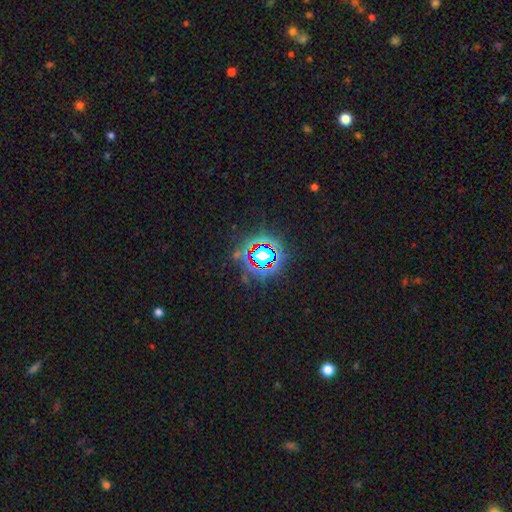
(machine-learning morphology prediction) smooth-or-featured: star or artifact: 81% | smooth: 11% | featured or disk: 8%